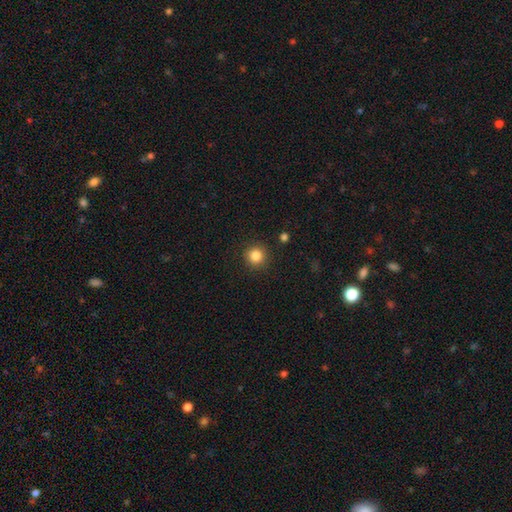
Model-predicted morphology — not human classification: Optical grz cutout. It shows a smooth galaxy with no disk features (84%) that is round (94%). Merging: none (90%).